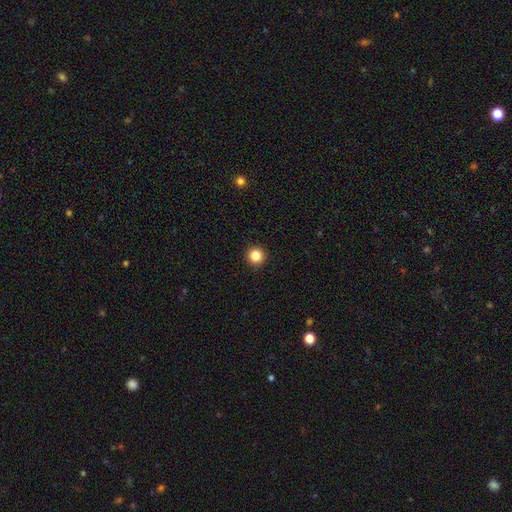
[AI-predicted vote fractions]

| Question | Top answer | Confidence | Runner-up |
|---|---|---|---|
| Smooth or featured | smooth | 86% | star or artifact (11%) |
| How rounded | round | 96% | in between (3%) |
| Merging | none | 94% | minor disturbance (4%) |